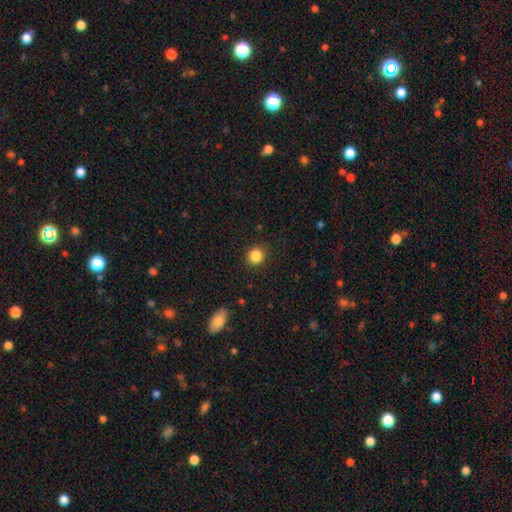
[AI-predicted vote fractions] Smooth or featured: smooth — 85% (star or artifact — 11%)
How rounded: round — 89% (in between — 10%)
Merging: none — 89% (minor disturbance — 7%)